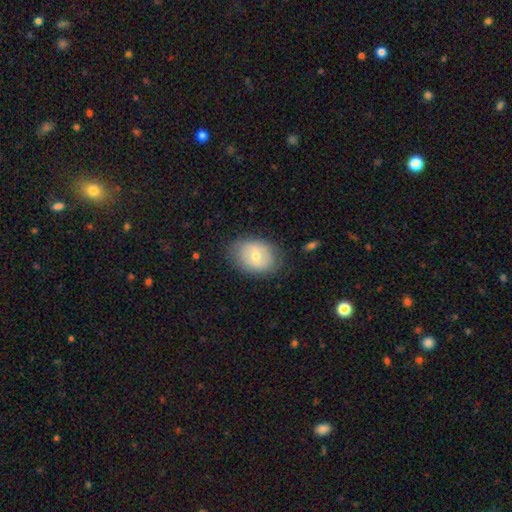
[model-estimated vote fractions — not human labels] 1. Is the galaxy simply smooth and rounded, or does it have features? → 56% smooth, 37% featured or disk, 8% star or artifact.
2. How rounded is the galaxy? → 64% in between, 35% round, 1% cigar-shaped.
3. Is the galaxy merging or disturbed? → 79% none, 16% minor disturbance, 5% major disturbance, 1% merger.